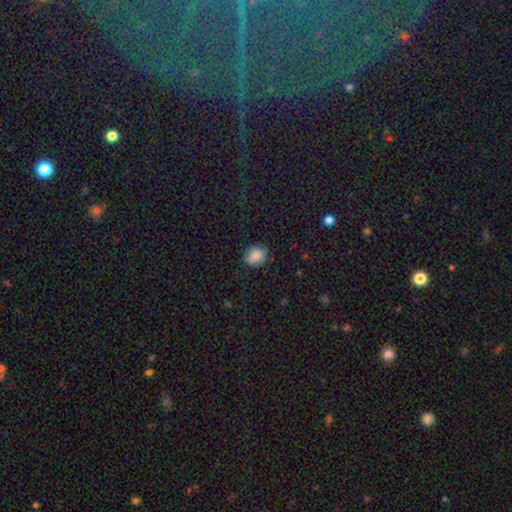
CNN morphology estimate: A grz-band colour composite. It shows a smooth galaxy with no disk features (83%) that is round (59%). Merging: none (80%).